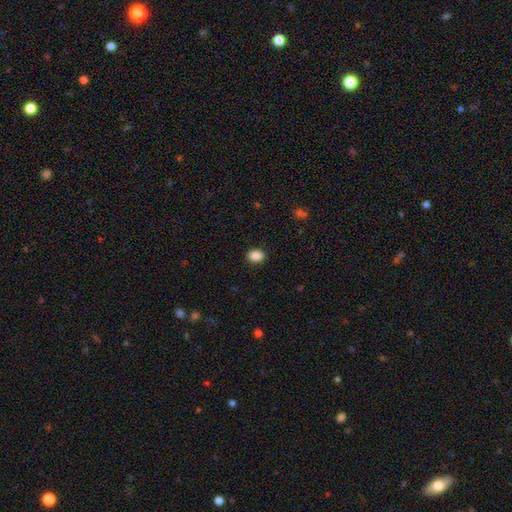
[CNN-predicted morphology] Smooth or featured? smooth (87%)
How rounded? in between (65%)
Merging? none (90%)